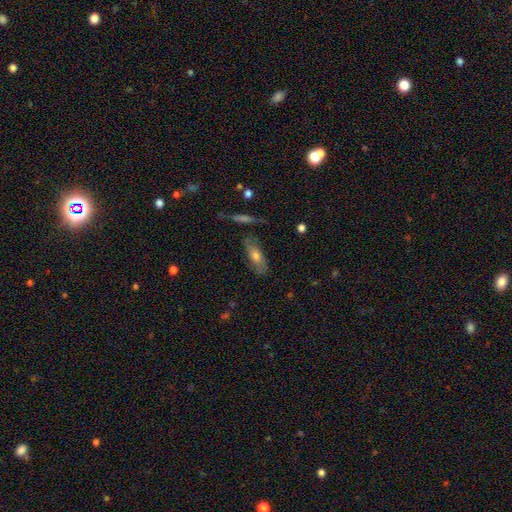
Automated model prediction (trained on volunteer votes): The model was most divided on "smooth or featured": smooth: 47%, featured or disk: 44%, star or artifact: 9%. More confident: merging — none (69%).